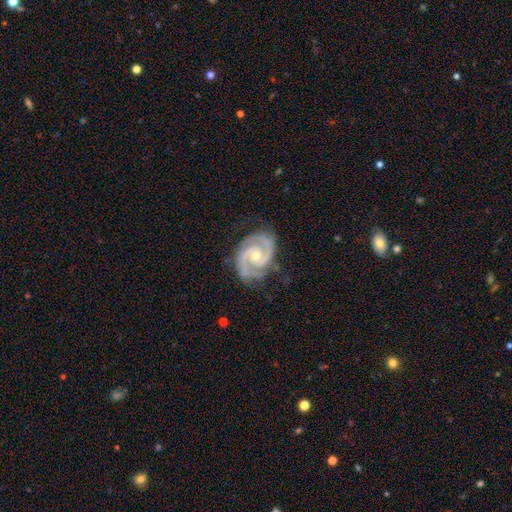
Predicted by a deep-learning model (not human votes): The model was most divided on "bulge size": small: 49%, moderate: 48%, none: 1%, large: 1%, dominant: 1%. More confident: spiral arms — yes (99%); edge-on disk — no (98%); smooth or featured — featured or disk (94%); spiral arm count — 2 (91%); merging — none (80%); bar — no (55%); spiral winding — tight (54%).